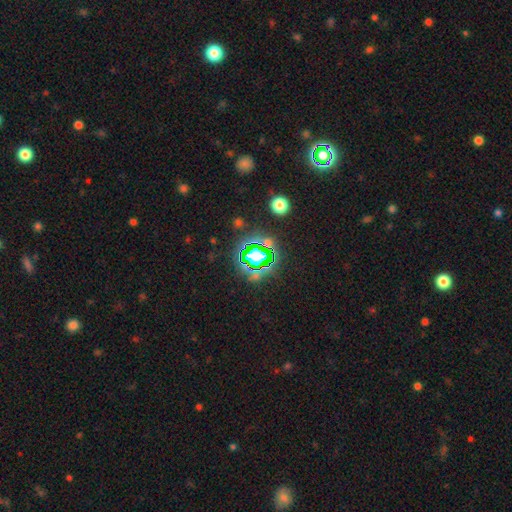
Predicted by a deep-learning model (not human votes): Smooth or featured: star or artifact — 69% (smooth — 19%)